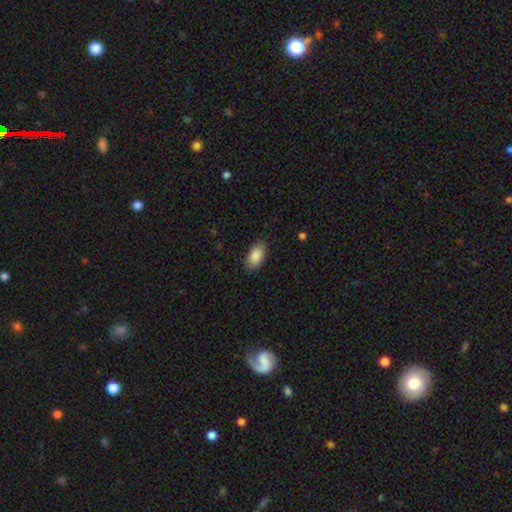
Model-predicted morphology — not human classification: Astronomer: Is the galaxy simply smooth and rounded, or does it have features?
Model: smooth — 89%.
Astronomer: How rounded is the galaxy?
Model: in between — 93%.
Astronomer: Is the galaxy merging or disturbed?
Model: none — 85%.